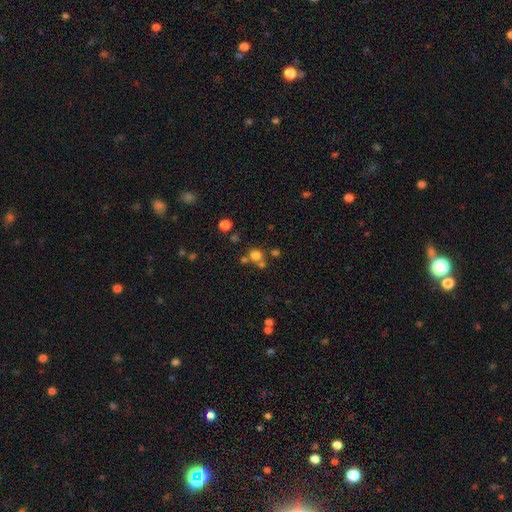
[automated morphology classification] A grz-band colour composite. It shows a smooth galaxy with no disk features (71%) that is round (85%). Merging: none (59%).